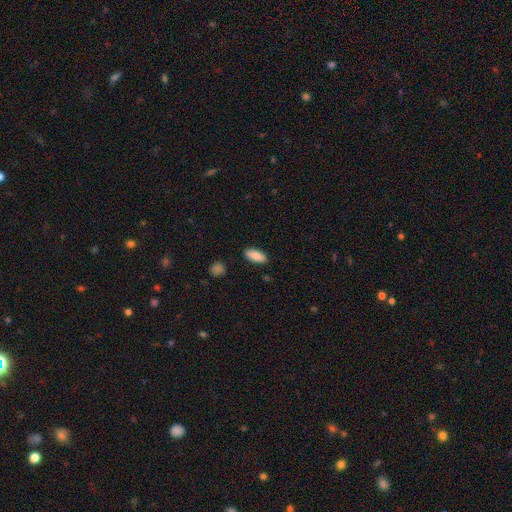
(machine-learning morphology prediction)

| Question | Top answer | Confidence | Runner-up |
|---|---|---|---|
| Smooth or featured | smooth | 88% | star or artifact (6%) |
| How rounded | in between | 84% | cigar-shaped (14%) |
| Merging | none | 87% | minor disturbance (9%) |